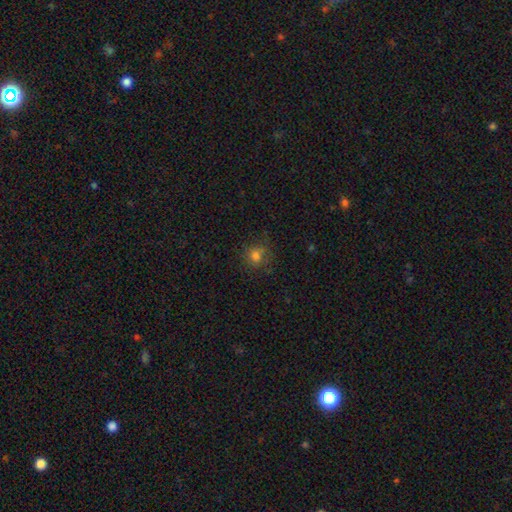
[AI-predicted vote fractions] Smooth or featured: smooth — 77% (star or artifact — 15%)
How rounded: round — 84% (in between — 15%)
Merging: none — 76% (minor disturbance — 15%)